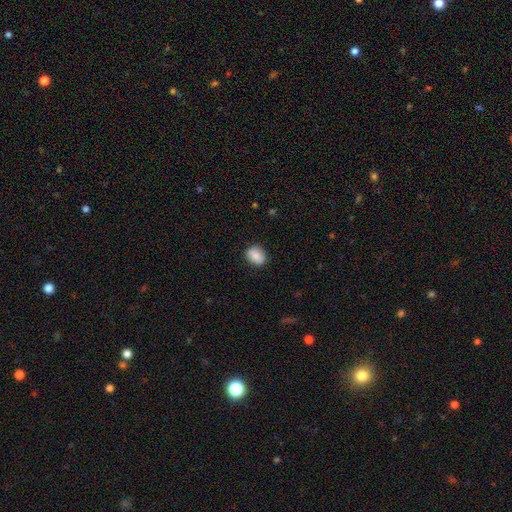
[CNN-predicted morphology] Smooth or featured: smooth — 79% (featured or disk — 13%)
How rounded: round — 54% (in between — 45%)
Merging: none — 86% (minor disturbance — 11%)